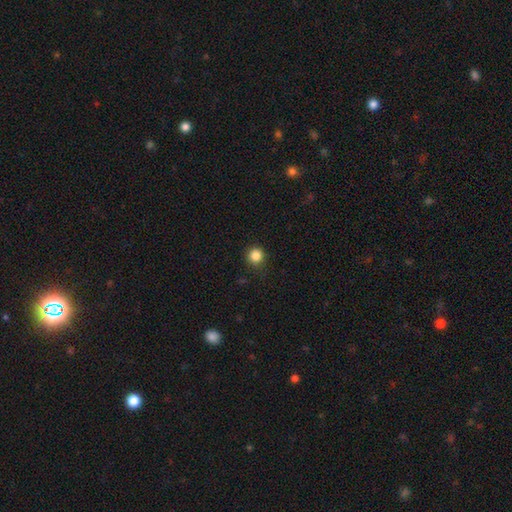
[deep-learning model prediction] A smooth galaxy with no disk features (85%) that is round (94%).

Vote fractions:
- Smooth or featured? smooth: 85% / star or artifact: 12% / featured or disk: 4%
- How rounded? round: 94% / in between: 5% / cigar-shaped: 1%
- Merging? none: 87% / minor disturbance: 9% / major disturbance: 3% / merger: 1%